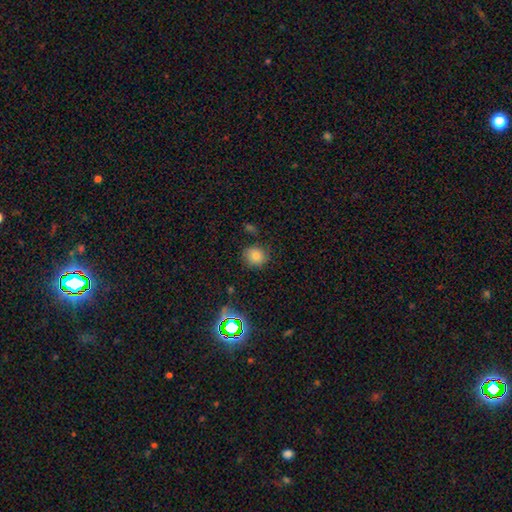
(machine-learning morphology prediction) type=smooth (76%); roundness=round (80%); merging=none (80%).